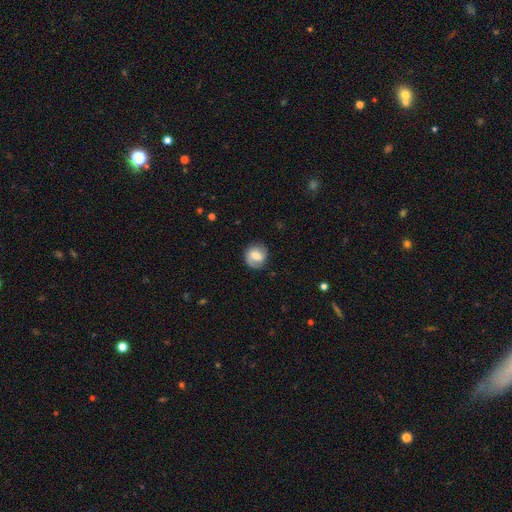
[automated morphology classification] A featured or disk galaxy (52%) with a weak bar (52%), spiral arms (87%) and a moderate central bulge (48%). Merging: none (77%).